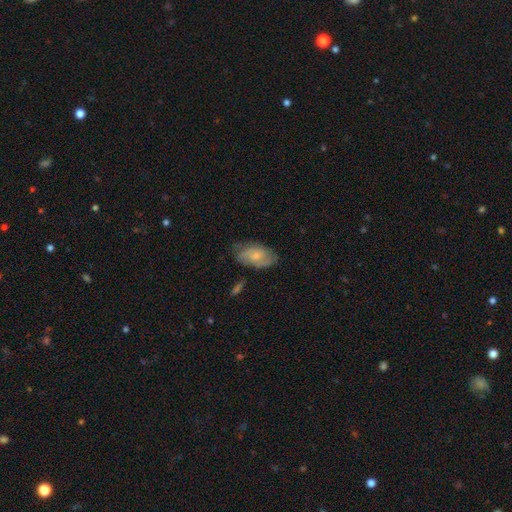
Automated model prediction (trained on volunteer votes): Morphology: type=featured or disk (51%); edge-on=no (94%); merging=none (64%).